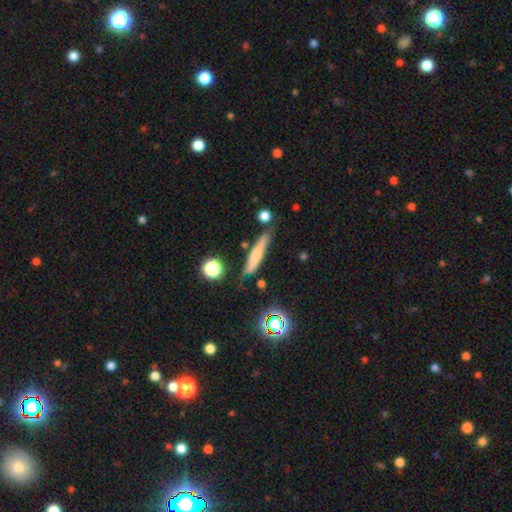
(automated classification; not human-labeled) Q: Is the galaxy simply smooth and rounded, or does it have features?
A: smooth — 57%.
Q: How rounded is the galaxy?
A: cigar-shaped — 85%.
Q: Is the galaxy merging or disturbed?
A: none — 73%.